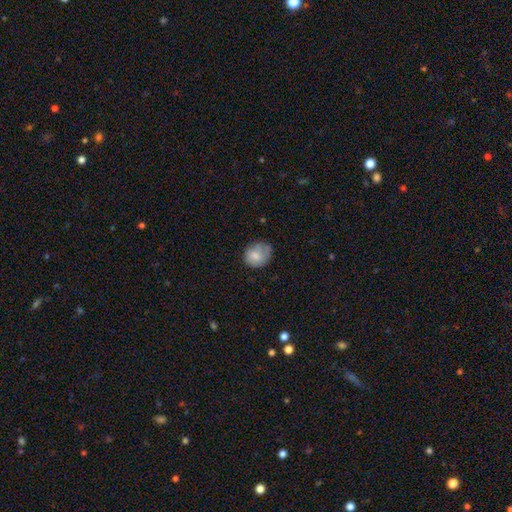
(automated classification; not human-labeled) Smooth or featured: smooth — 78% (featured or disk — 14%)
How rounded: round — 69% (in between — 30%)
Merging: none — 64% (minor disturbance — 26%)